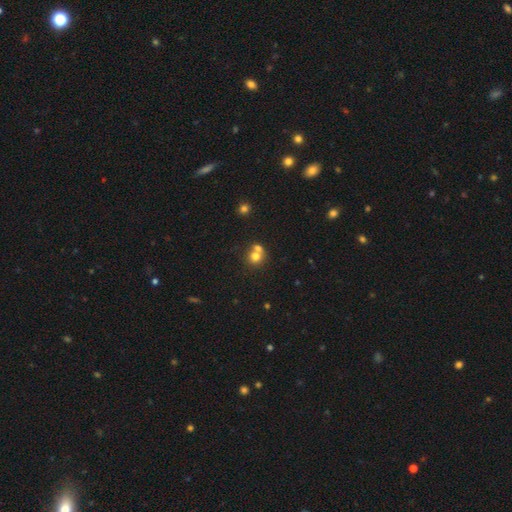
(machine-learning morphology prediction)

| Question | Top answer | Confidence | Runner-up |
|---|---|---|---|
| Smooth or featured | smooth | 73% | star or artifact (14%) |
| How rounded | round | 86% | in between (14%) |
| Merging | merger | 47% | none (44%) |